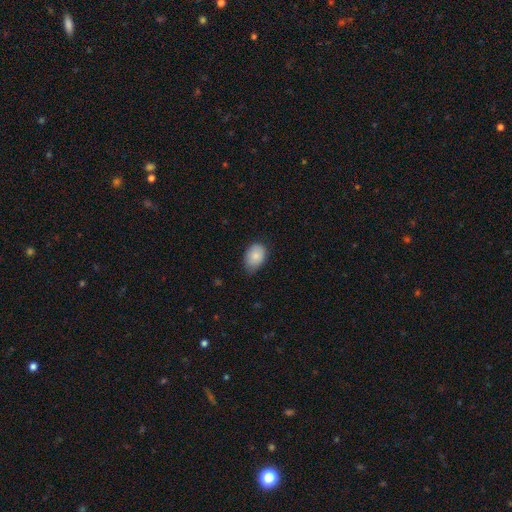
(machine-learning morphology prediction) This is clearly a smooth galaxy (84%). How rounded: clearly in between (81%). Merging: likely none (61%).